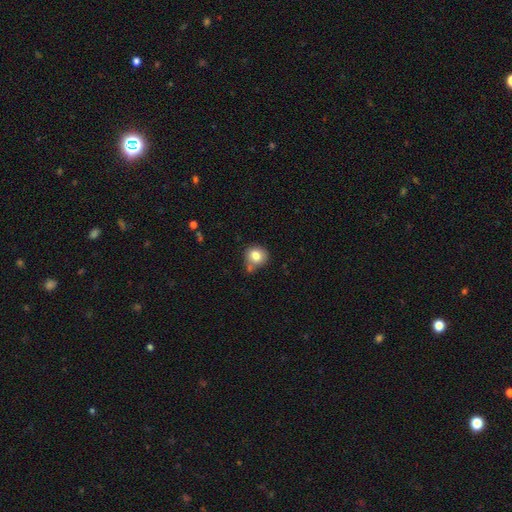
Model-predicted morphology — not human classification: Smooth or featured?
  - smooth: 81% *
  - star or artifact: 10%
  - featured or disk: 9%
How rounded?
  - round: 83% *
  - in between: 16%
  - cigar-shaped: 1%
Merging?
  - none: 64% *
  - minor disturbance: 17%
  - merger: 15%
  - major disturbance: 4%